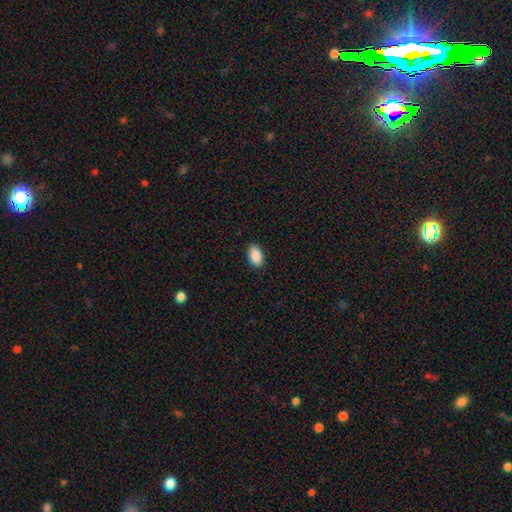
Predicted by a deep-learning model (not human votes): smooth 90%, star or artifact 7%, featured or disk 3%. Down the decision tree: how rounded — in between (93%); merging — none (89%).